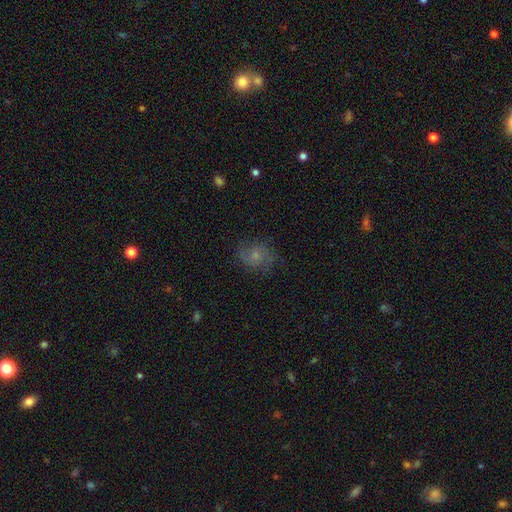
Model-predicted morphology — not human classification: Overall: featured or disk (48%; smooth 38%). Merging: none (71%).